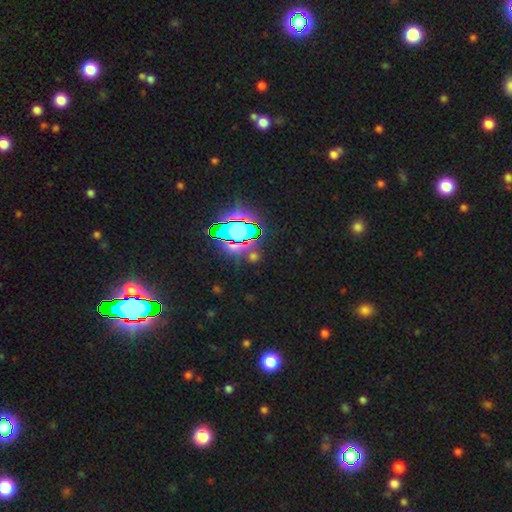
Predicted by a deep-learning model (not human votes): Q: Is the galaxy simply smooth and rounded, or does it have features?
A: star or artifact — 80%.